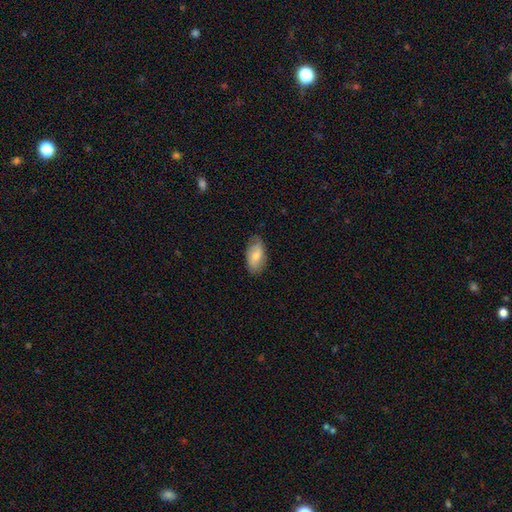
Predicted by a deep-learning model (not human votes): smooth_or_featured: smooth (p=0.71) [alt: featured or disk p=0.23]
how_rounded: in between (p=0.93) [alt: round p=0.04]
merging: none (p=0.76) [alt: minor disturbance p=0.20]